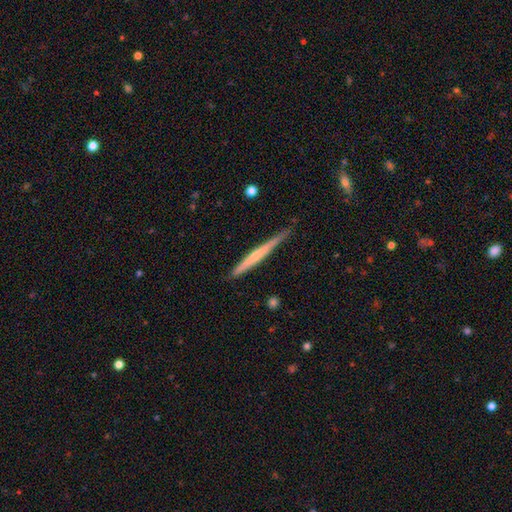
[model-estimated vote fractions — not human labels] smooth-or-featured: featured or disk: 51% | smooth: 44% | star or artifact: 5%
  disk-edge-on: yes: 97% | no: 3%
  merging: none: 79% | minor disturbance: 17% | major disturbance: 2% | merger: 2%